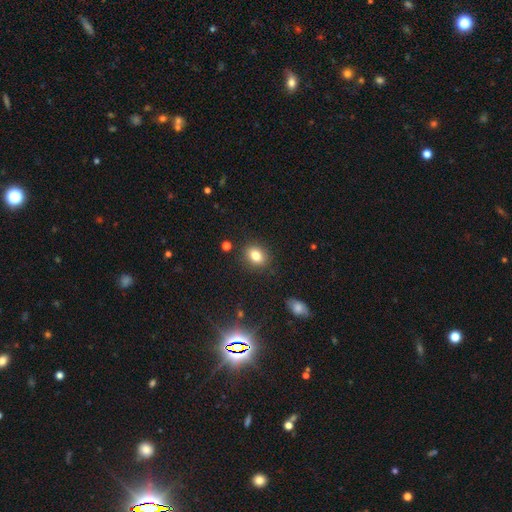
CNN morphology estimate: smooth 81%, star or artifact 11%, featured or disk 8%. Down the decision tree: how rounded — in between (60%); merging — none (87%).